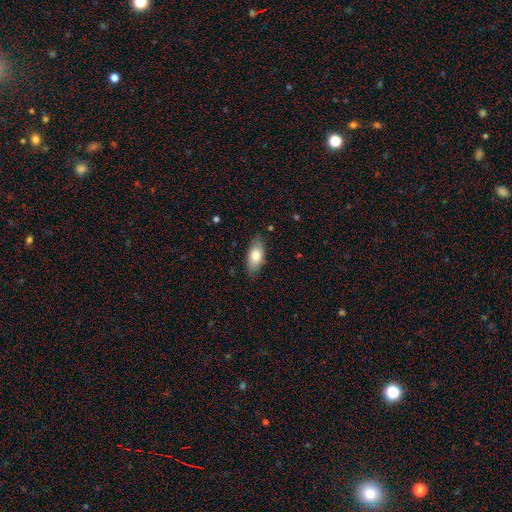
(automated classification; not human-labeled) Q: Smooth or featured?
A: smooth (76%); runner-up: featured or disk (17%)
Q: How rounded?
A: in between (90%); runner-up: cigar-shaped (7%)
Q: Merging?
A: none (82%); runner-up: minor disturbance (15%)